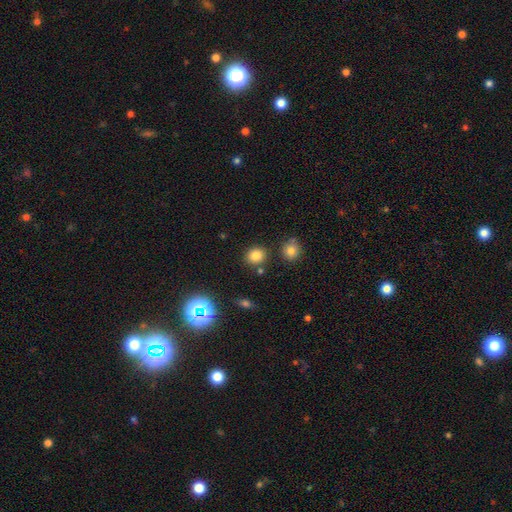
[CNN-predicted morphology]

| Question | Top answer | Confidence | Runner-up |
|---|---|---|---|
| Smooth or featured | smooth | 80% | star or artifact (14%) |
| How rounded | round | 78% | in between (21%) |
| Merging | none | 82% | minor disturbance (8%) |